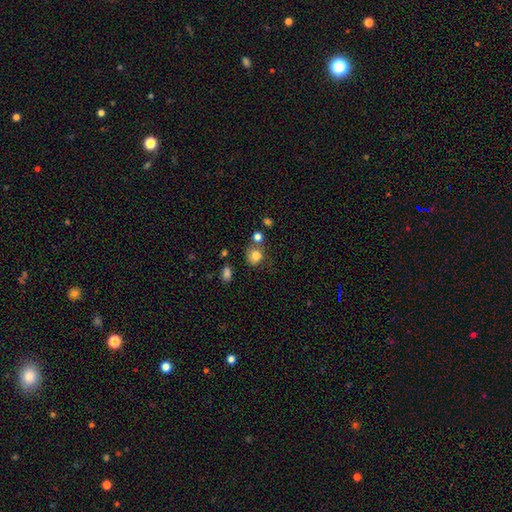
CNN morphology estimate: Smooth or featured? Predicted: smooth (p=0.80). How rounded? Predicted: round (p=0.72). Merging? Predicted: none (p=0.55).